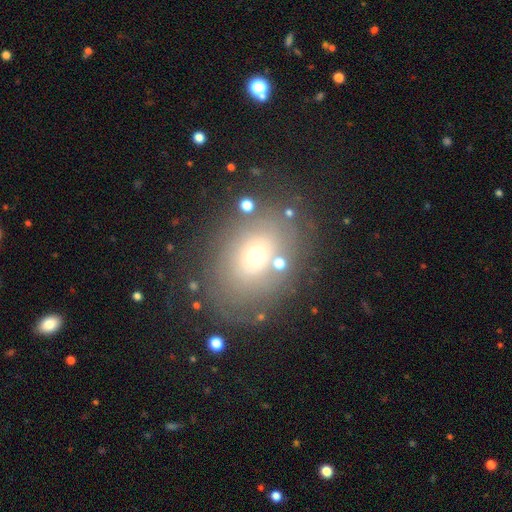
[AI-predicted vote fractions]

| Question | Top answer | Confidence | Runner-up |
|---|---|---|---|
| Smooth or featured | smooth | 53% | featured or disk (28%) |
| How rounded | in between | 56% | round (43%) |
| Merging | none | 76% | minor disturbance (13%) |